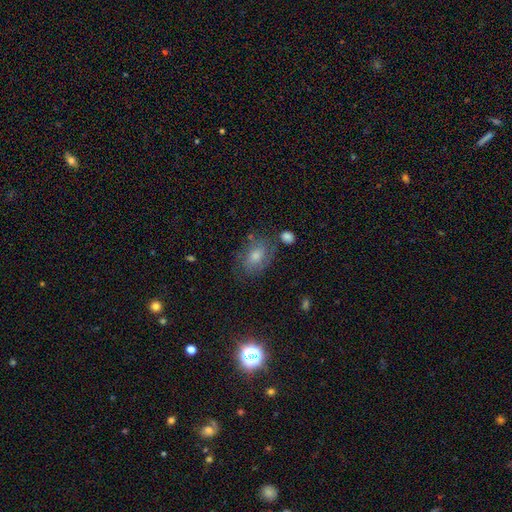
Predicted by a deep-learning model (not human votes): This appears to be a smooth galaxy with no disk features (40%). Merging: none (72%).